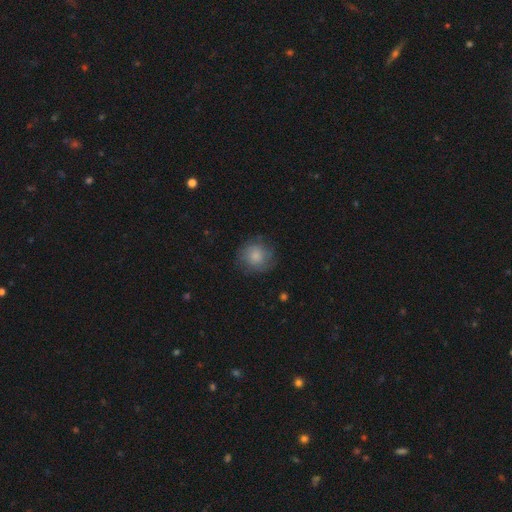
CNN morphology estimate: Smooth or featured? Predicted: smooth (p=0.78). How rounded? Predicted: round (p=0.88). Merging? Predicted: none (p=0.74).